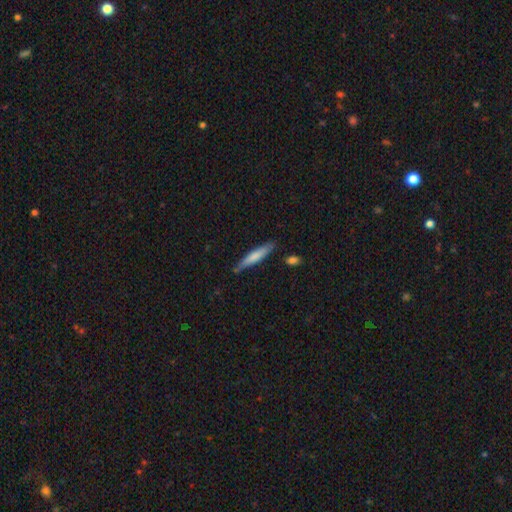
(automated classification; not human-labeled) This appears to be a smooth galaxy with no disk features (66%) that is cigar-shaped (90%). Merging: none (76%).